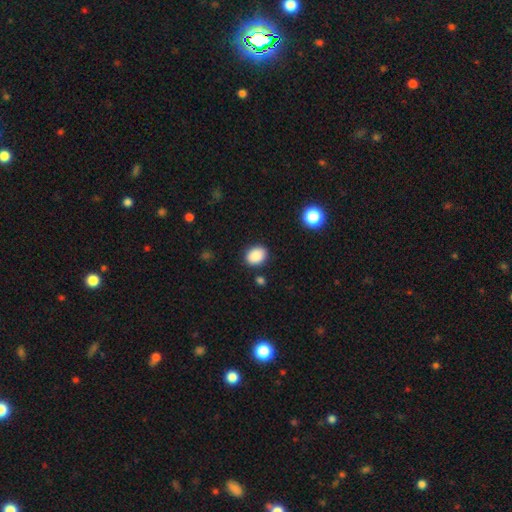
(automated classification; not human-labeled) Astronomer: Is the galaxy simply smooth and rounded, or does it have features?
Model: smooth — 89%.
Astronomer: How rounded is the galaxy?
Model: in between — 62% (runner-up: round, 37%).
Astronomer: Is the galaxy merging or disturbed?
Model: none — 85%.